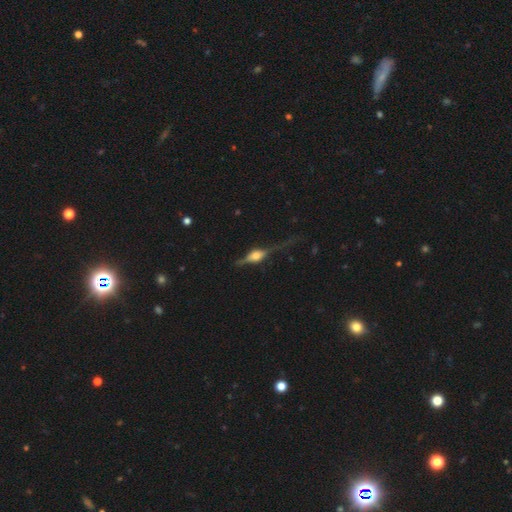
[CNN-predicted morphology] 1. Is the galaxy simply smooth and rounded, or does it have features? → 76% featured or disk, 17% smooth, 7% star or artifact.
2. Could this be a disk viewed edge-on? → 95% yes, 5% no.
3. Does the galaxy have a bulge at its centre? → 86% rounded, 12% boxy, 2% none.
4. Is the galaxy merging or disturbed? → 65% none, 19% minor disturbance, 13% major disturbance, 2% merger.